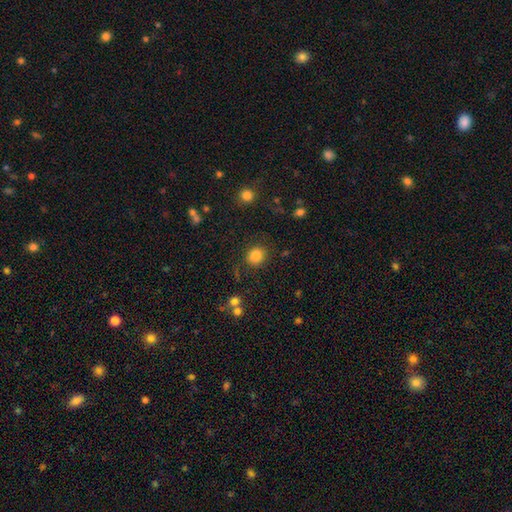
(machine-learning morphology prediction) type=smooth (83%); roundness=round (84%); merging=none (84%).